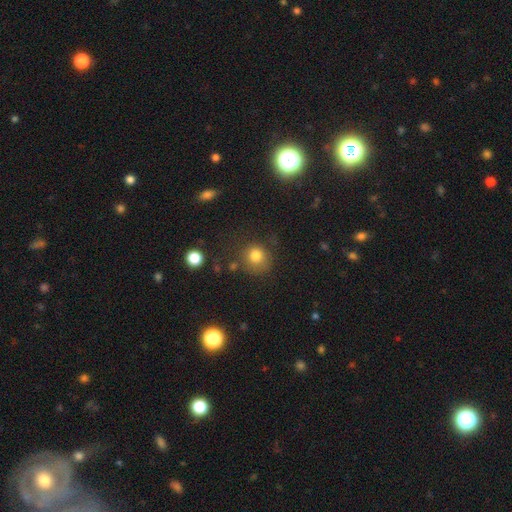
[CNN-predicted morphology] Smooth or featured: smooth — 79% (star or artifact — 13%)
How rounded: round — 85% (in between — 14%)
Merging: none — 69% (minor disturbance — 18%)